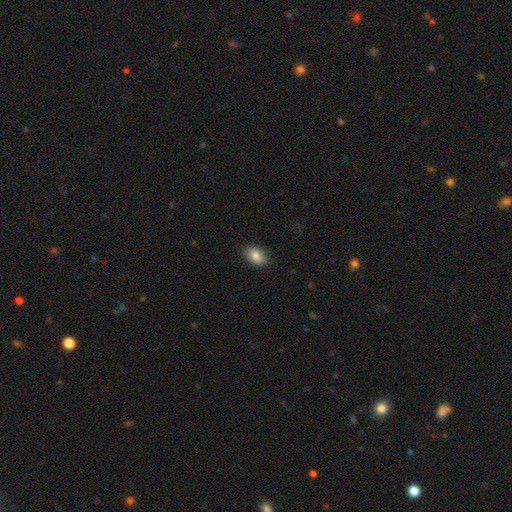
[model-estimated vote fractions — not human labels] This is clearly a smooth galaxy (86%). How rounded: clearly in between (87%). Merging: clearly none (87%).